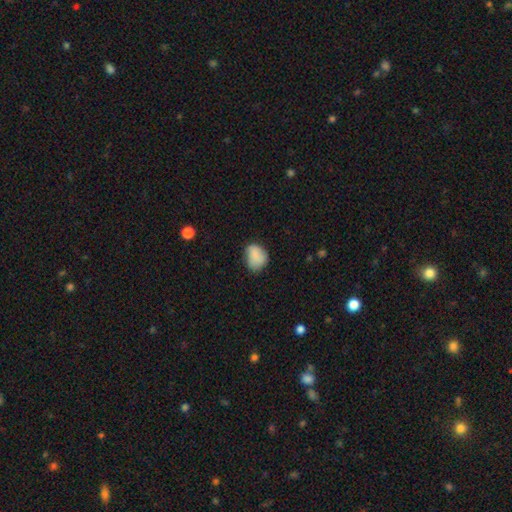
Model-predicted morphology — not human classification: Smooth or featured: smooth — 82% (featured or disk — 10%)
How rounded: in between — 55% (round — 44%)
Merging: none — 57% (minor disturbance — 32%)